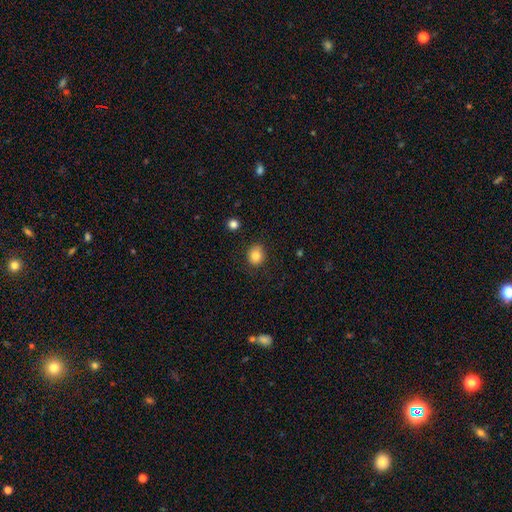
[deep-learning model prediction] Smooth or featured?
  - smooth: 84% *
  - star or artifact: 10%
  - featured or disk: 6%
How rounded?
  - round: 73% *
  - in between: 26%
  - cigar-shaped: 1%
Merging?
  - none: 84% *
  - minor disturbance: 11%
  - major disturbance: 3%
  - merger: 2%